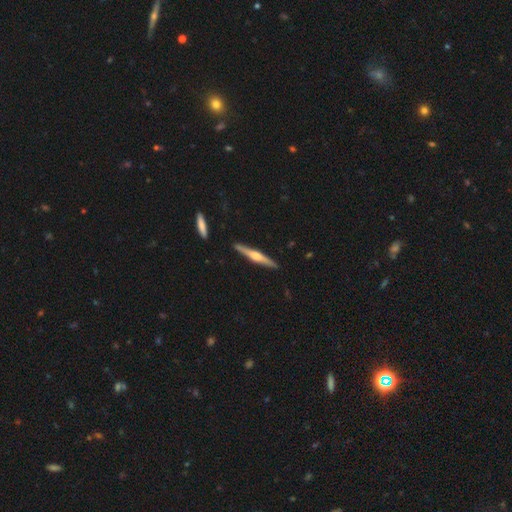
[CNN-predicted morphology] A featured or disk galaxy (68%) viewed edge-on (98%) with a rounded central bulge (80%). Merging: none (90%).